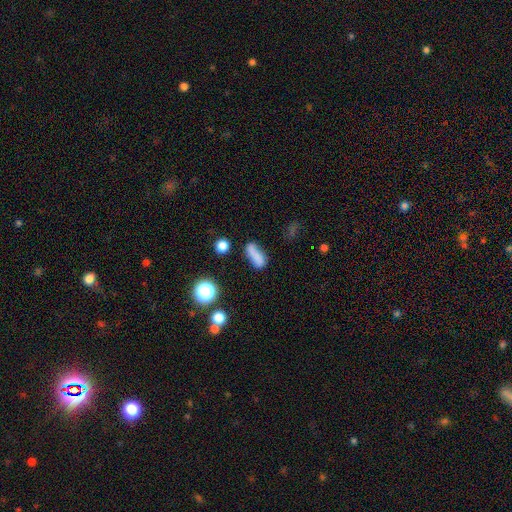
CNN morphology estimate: type=smooth (72%); roundness=in between (64%); merging=none (51%).